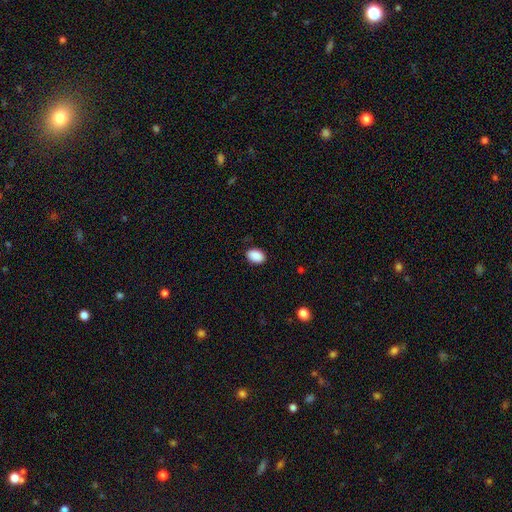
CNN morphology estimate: smooth 90%, star or artifact 7%, featured or disk 3%. Down the decision tree: how rounded — in between (84%); merging — none (87%).